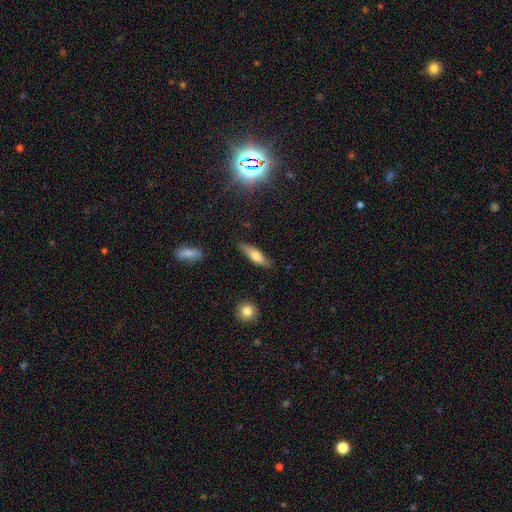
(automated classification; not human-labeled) smooth-or-featured: smooth: 66% | featured or disk: 27% | star or artifact: 7%
  how-rounded: cigar-shaped: 56% | in between: 41% | round: 3%
  merging: none: 83% | minor disturbance: 13% | major disturbance: 2% | merger: 2%